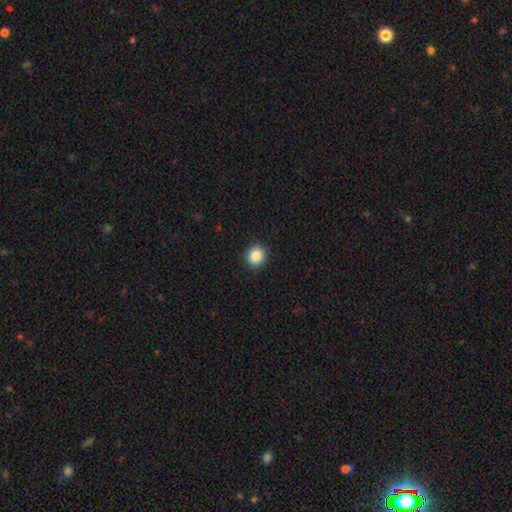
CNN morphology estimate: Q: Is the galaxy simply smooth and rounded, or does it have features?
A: smooth — 87%.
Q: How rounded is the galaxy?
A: round — 85%.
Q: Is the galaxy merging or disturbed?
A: none — 92%.